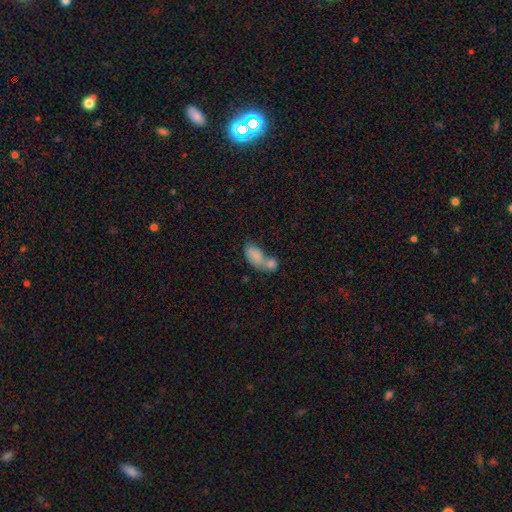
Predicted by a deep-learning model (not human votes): A smooth galaxy with no disk features (76%) that is in between round and cigar-shaped (90%). Merging: merger (66%).